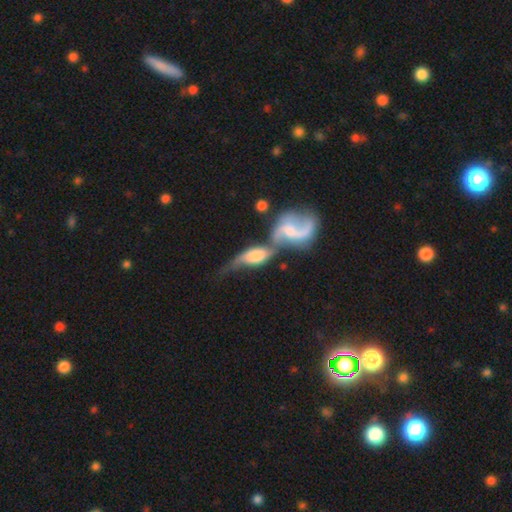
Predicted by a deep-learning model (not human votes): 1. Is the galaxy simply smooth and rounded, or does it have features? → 59% featured or disk, 34% smooth, 7% star or artifact.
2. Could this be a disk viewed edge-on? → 80% no, 20% yes.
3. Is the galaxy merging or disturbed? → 68% merger, 13% none, 10% major disturbance, 9% minor disturbance.